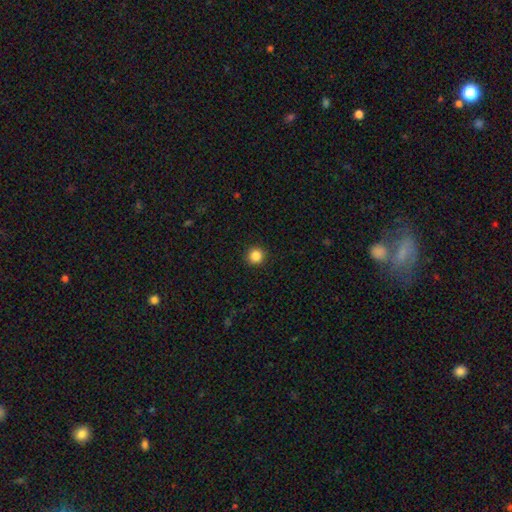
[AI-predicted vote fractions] Q: Smooth or featured?
A: smooth (85%); runner-up: star or artifact (11%)
Q: How rounded?
A: round (96%); runner-up: in between (3%)
Q: Merging?
A: none (93%); runner-up: minor disturbance (5%)